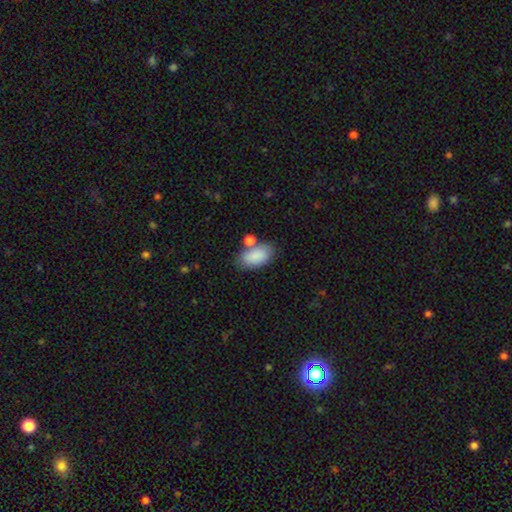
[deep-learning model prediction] Morphology: type=smooth (86%); roundness=in between (93%); merging=none (61%).